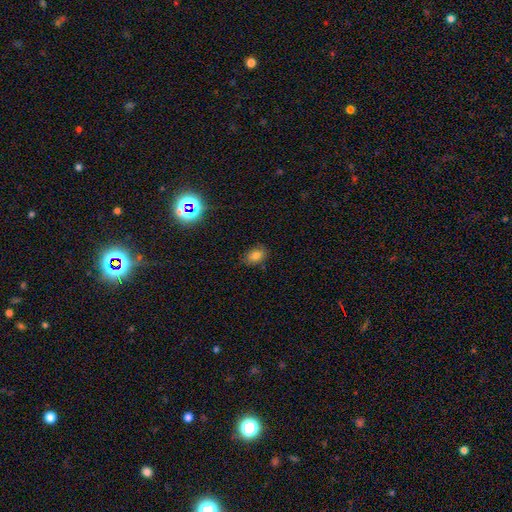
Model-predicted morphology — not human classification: Smooth or featured? smooth (78%)
How rounded? in between (79%)
Merging? none (79%)